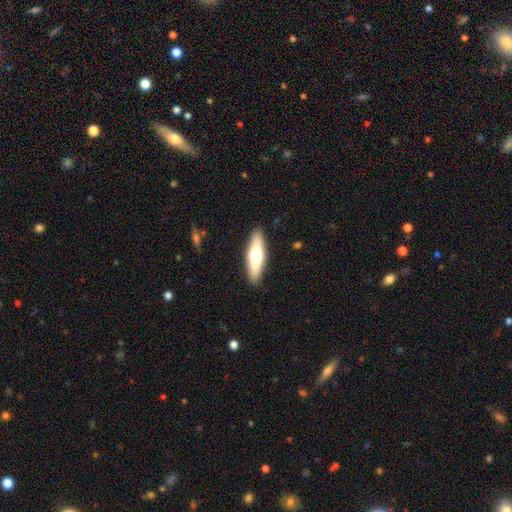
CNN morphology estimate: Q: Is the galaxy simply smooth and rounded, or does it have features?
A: smooth — 55%.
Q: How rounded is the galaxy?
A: cigar-shaped — 58%.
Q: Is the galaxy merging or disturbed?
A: none — 89%.